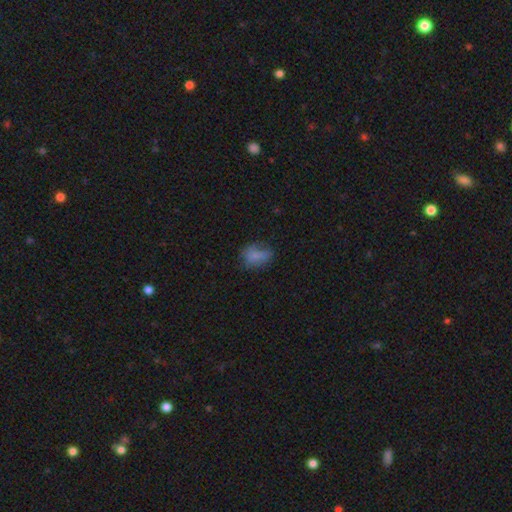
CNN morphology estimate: Overall: smooth (71%). How rounded: in between (78%). Merging: none (49%; minor disturbance 31%).